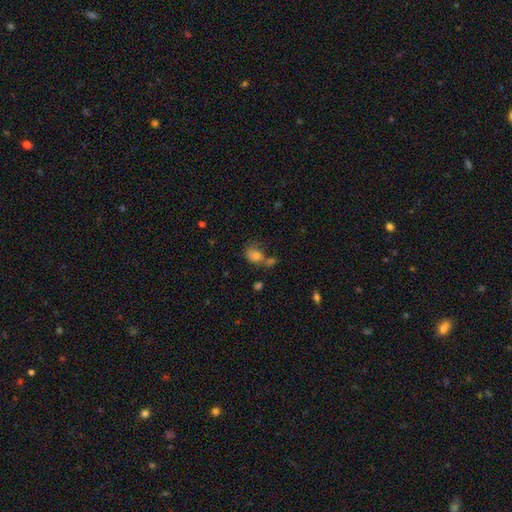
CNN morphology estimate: smooth_or_featured: smooth (p=0.77) [alt: star or artifact p=0.12]
how_rounded: in between (p=0.51) [alt: round p=0.47]
merging: none (p=0.38) [alt: merger p=0.34]